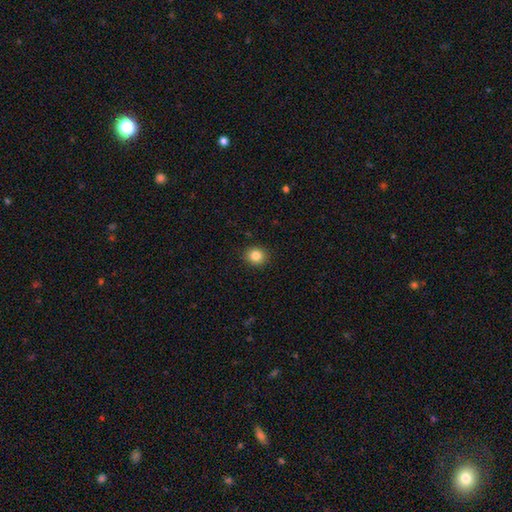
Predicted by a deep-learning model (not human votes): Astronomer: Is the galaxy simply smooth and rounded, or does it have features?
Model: smooth — 84%.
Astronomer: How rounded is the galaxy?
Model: round — 83%.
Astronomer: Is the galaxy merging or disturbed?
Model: none — 91%.